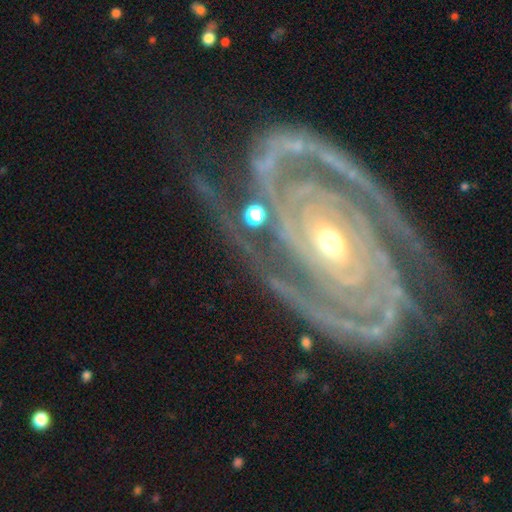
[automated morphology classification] A featured or disk galaxy (92%) with no bar (58%), 2 (64%) tight (78%) spiral arms (97%) and a small central bulge (49%).

Vote fractions:
- Smooth or featured? featured or disk: 92% / star or artifact: 4% / smooth: 3%
- Edge-on disk? no: 97% / yes: 3%
- Bar? no: 58% / weak: 23% / strong: 19%
- Spiral arms? yes: 97% / no: 3%
- Spiral winding? tight: 78% / medium: 18% / loose: 4%
- Spiral arm count? 2: 64% / can't tell: 10% / 3: 10% / 4: 6% / more than 4: 5% / 1: 5%
- Bulge size? small: 49% / moderate: 46% / large: 3% / dominant: 1% / none: 1%
- Merging? none: 67% / minor disturbance: 17% / major disturbance: 12% / merger: 4%